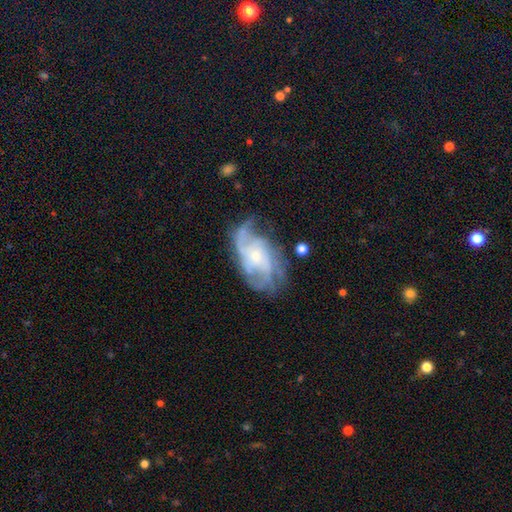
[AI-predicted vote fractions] This is clearly a featured or disk galaxy (83%). It is clearly not viewed edge-on (96%). Bar: likely no (70%). Spiral arm pattern: clearly yes (92%). Spiral arm count: marginally can't tell (28%). Spiral winding: marginally medium (44%). Central bulge: likely small (69%). Merging: possibly none (56%).